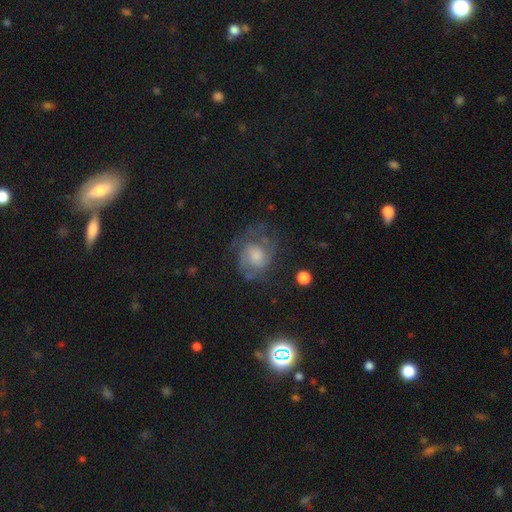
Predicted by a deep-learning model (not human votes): Q: Smooth or featured?
A: featured or disk (61%); runner-up: smooth (25%)
Q: Edge-on disk?
A: no (97%); runner-up: yes (3%)
Q: Bar?
A: no (71%); runner-up: weak (25%)
Q: Spiral arms?
A: yes (82%); runner-up: no (18%)
Q: Bulge size?
A: moderate (41%); runner-up: small (29%)
Q: Merging?
A: none (60%); runner-up: minor disturbance (21%)